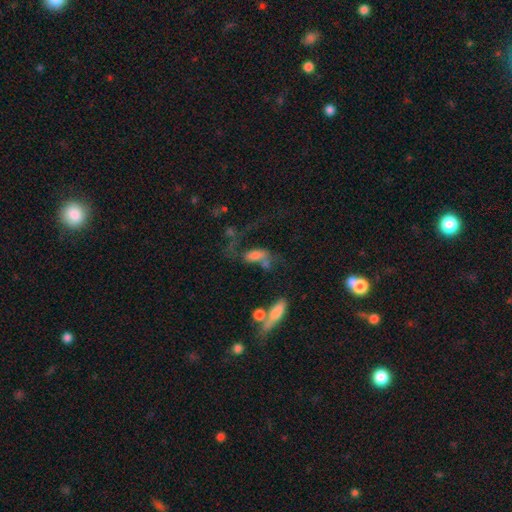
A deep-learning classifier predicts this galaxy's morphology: This appears to be a smooth galaxy with no disk features (55%) that is in between round and cigar-shaped (77%). Merging: major disturbance (35%).